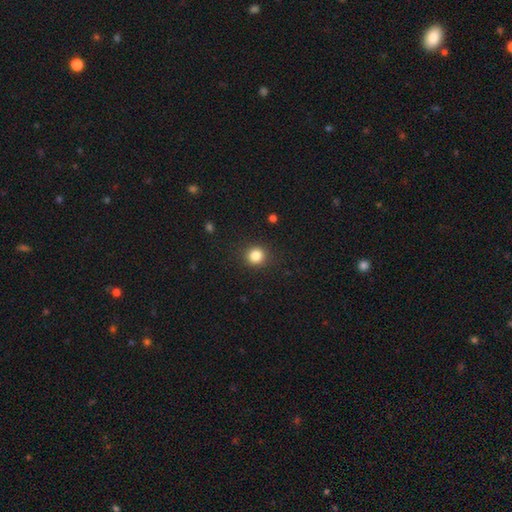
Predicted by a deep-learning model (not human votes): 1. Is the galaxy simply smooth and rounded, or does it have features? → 84% smooth, 11% star or artifact, 4% featured or disk.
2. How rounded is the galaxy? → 90% round, 9% in between, 1% cigar-shaped.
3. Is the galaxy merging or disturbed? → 90% none, 7% minor disturbance, 3% major disturbance, 1% merger.